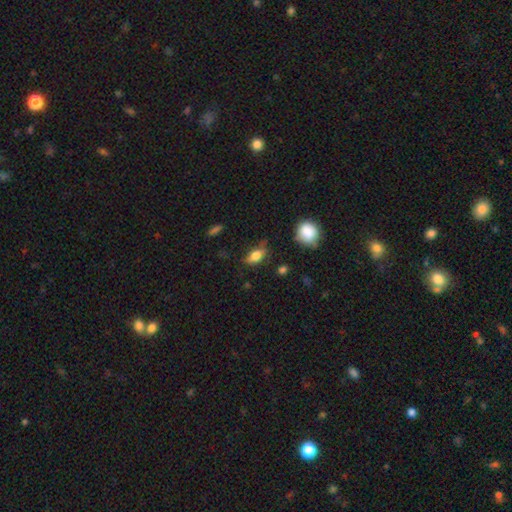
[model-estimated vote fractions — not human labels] smooth-or-featured: smooth: 69% | featured or disk: 21% | star or artifact: 10%
  how-rounded: in between: 78% | cigar-shaped: 12% | round: 10%
  merging: none: 59% | minor disturbance: 28% | major disturbance: 9% | merger: 3%